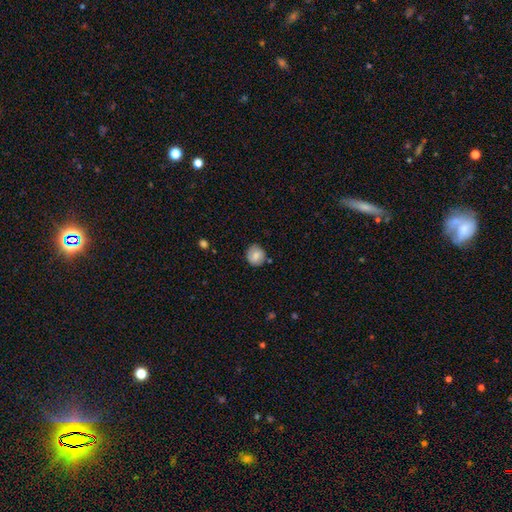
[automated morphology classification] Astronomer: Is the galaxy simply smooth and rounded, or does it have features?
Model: smooth — 74%.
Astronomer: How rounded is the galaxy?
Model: round — 81%.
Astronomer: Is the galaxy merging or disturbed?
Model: none — 79%.